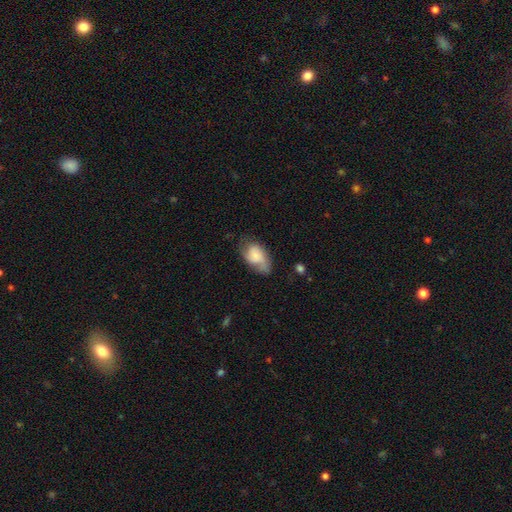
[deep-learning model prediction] A smooth galaxy with no disk features (61%) that is in between round and cigar-shaped (90%).

Vote fractions:
- Smooth or featured? smooth: 61% / featured or disk: 32% / star or artifact: 8%
- How rounded? in between: 90% / round: 7% / cigar-shaped: 2%
- Merging? none: 49% / minor disturbance: 33% / major disturbance: 16% / merger: 3%